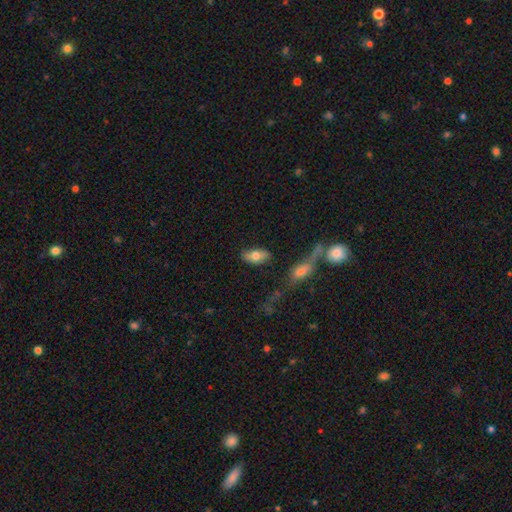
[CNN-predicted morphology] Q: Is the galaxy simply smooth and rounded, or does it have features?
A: smooth — 66%.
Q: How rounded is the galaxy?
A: in between — 87%.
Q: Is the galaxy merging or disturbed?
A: none — 73%.